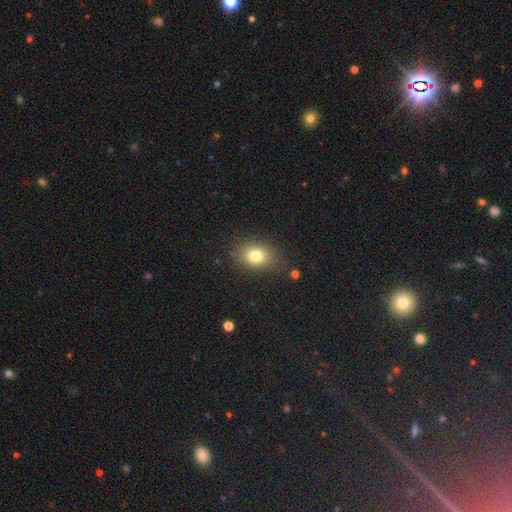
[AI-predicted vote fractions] A smooth galaxy with no disk features (79%) that is in between round and cigar-shaped (63%).

Vote fractions:
- Smooth or featured? smooth: 79% / star or artifact: 12% / featured or disk: 10%
- How rounded? in between: 63% / round: 36% / cigar-shaped: 1%
- Merging? none: 83% / minor disturbance: 12% / major disturbance: 4% / merger: 2%